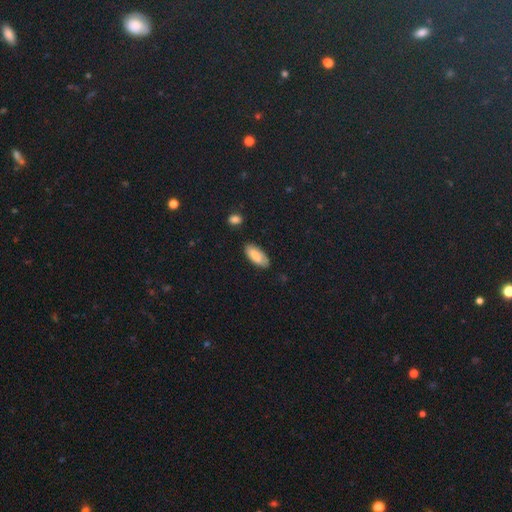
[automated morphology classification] Smooth or featured? Predicted: smooth (p=0.81). How rounded? Predicted: in between (p=0.83). Merging? Predicted: none (p=0.80).